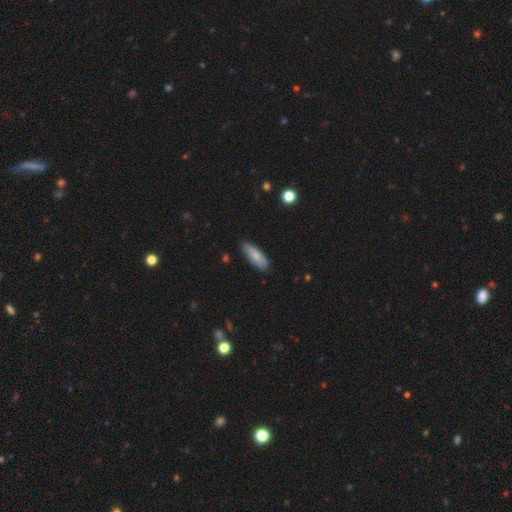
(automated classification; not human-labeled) This is likely a smooth galaxy (76%). How rounded: likely in between (68%). Merging: clearly none (82%).